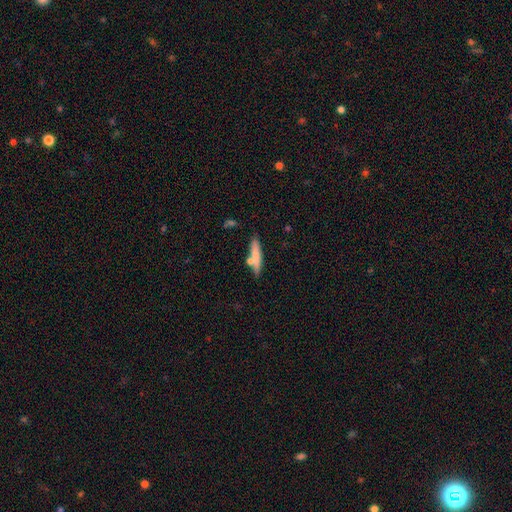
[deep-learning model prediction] This is likely a smooth galaxy (70%). How rounded: clearly cigar-shaped (84%). Merging: likely none (69%).